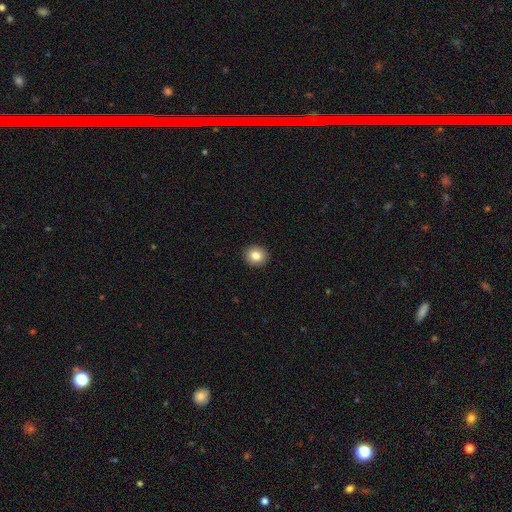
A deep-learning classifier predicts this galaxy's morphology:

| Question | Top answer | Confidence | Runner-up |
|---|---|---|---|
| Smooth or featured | smooth | 83% | star or artifact (9%) |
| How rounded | round | 84% | in between (15%) |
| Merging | none | 93% | minor disturbance (5%) |